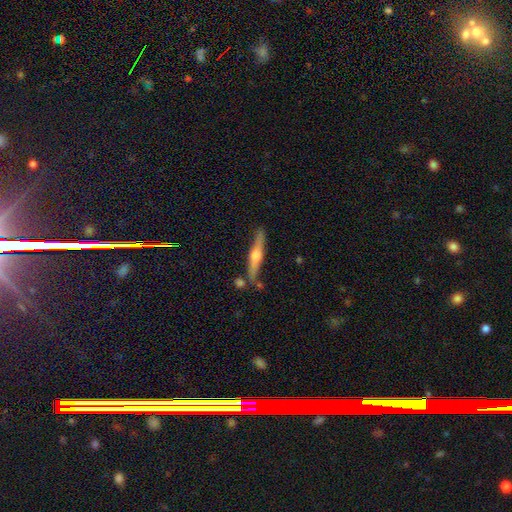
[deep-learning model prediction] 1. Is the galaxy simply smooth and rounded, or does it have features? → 70% featured or disk, 25% smooth, 6% star or artifact.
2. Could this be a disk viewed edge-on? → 97% yes, 3% no.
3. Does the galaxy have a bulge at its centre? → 89% rounded, 6% boxy, 4% none.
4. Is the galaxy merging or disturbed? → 80% none, 12% minor disturbance, 6% merger, 3% major disturbance.